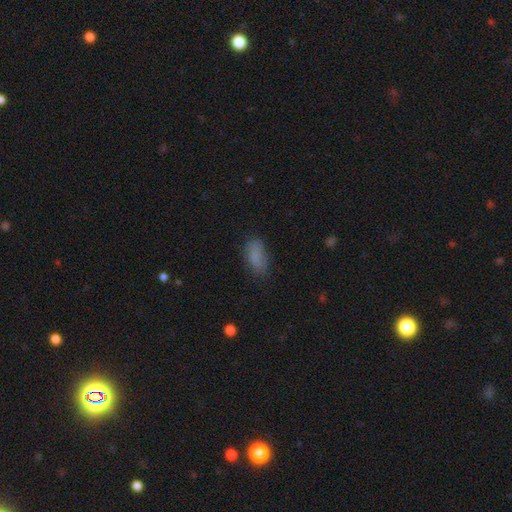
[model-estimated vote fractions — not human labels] Smooth or featured? Predicted: smooth (p=0.82). How rounded? Predicted: in between (p=0.88). Merging? Predicted: none (p=0.72).